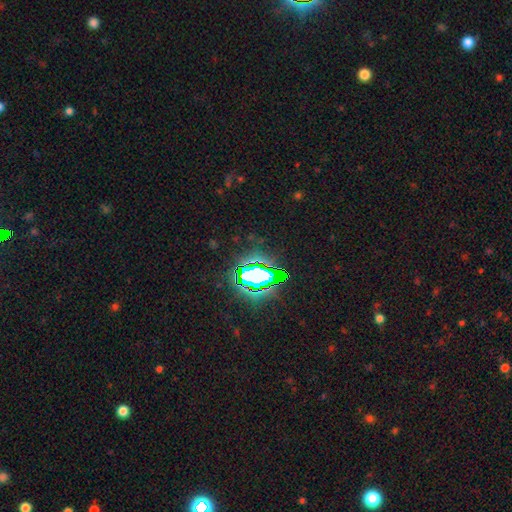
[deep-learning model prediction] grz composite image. It shows a star or artifact, not a galaxy (79%).